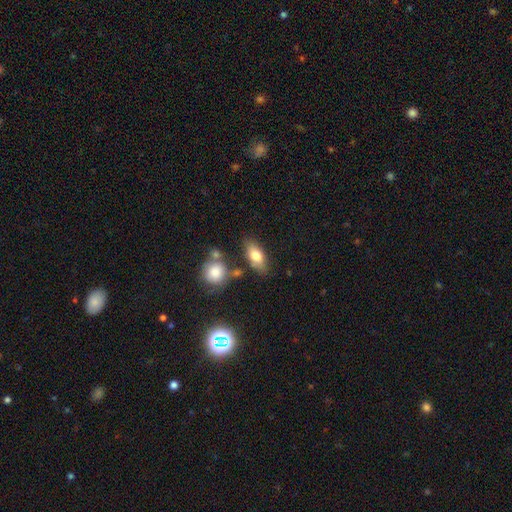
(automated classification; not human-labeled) Smooth or featured: smooth — 75% (featured or disk — 17%)
How rounded: in between — 83% (cigar-shaped — 11%)
Merging: none — 72% (minor disturbance — 14%)